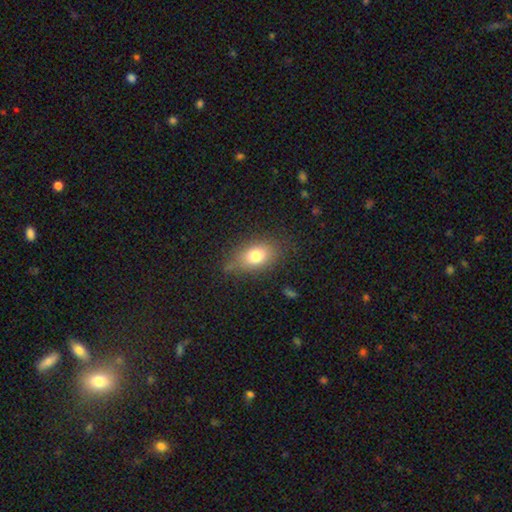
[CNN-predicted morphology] smooth_or_featured: smooth (p=0.77) [alt: featured or disk p=0.13]
how_rounded: in between (p=0.81) [alt: round p=0.17]
merging: none (p=0.75) [alt: minor disturbance p=0.18]